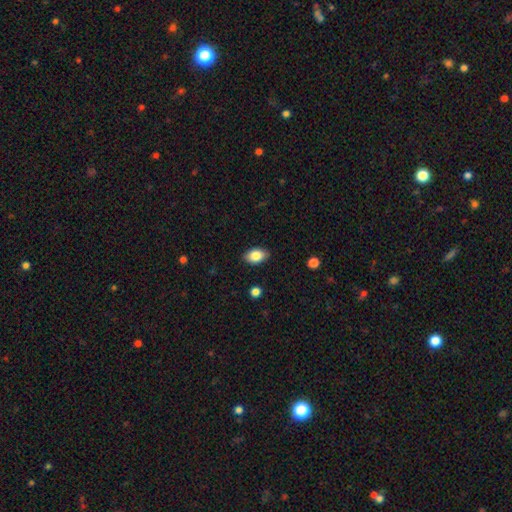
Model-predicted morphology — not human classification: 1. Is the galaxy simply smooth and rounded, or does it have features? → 85% smooth, 8% featured or disk, 8% star or artifact.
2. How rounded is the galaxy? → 89% in between, 10% round, 1% cigar-shaped.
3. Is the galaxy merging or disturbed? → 87% none, 10% minor disturbance, 2% major disturbance, 1% merger.